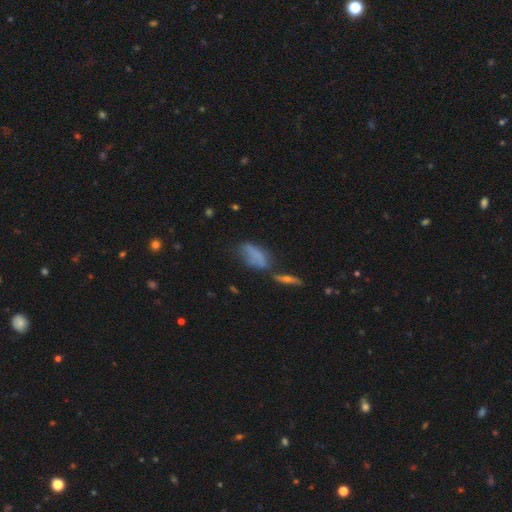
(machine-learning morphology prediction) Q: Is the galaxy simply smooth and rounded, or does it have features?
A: smooth — 63%.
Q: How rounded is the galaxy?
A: in between — 74%.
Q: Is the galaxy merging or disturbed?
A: none — 37%.